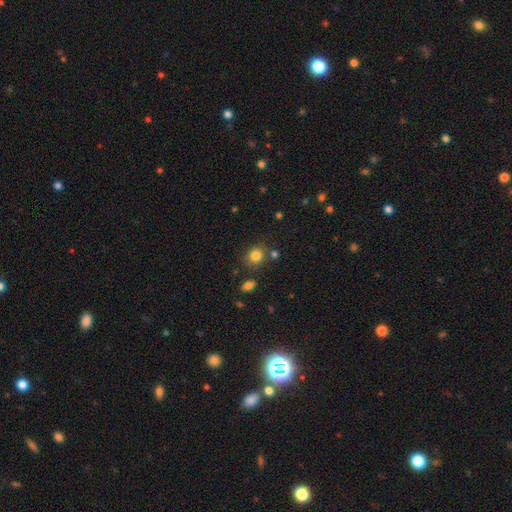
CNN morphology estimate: This is clearly a smooth galaxy (82%). How rounded: likely round (76%). Merging: likely none (78%).